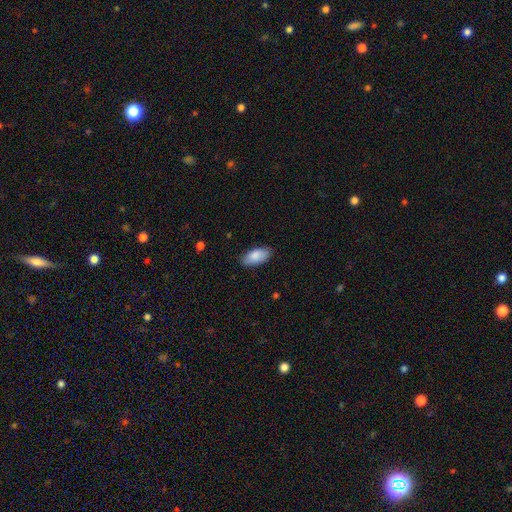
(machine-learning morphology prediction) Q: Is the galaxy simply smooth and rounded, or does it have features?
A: smooth — 87%.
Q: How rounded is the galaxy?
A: in between — 92%.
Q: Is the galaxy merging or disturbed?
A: none — 85%.